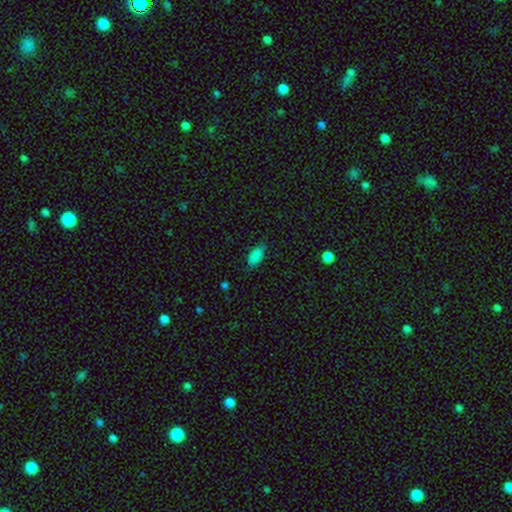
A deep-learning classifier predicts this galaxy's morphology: Smooth or featured? Predicted: smooth (p=0.86). How rounded? Predicted: in between (p=0.90). Merging? Predicted: none (p=0.77).